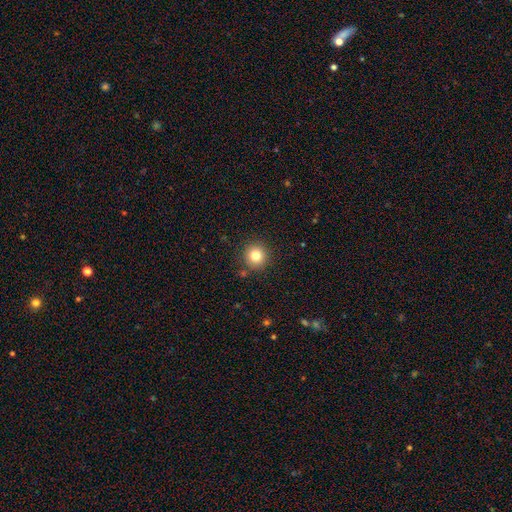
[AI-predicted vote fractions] Q: Smooth or featured?
A: smooth (80%); runner-up: star or artifact (12%)
Q: How rounded?
A: round (94%); runner-up: in between (5%)
Q: Merging?
A: none (87%); runner-up: minor disturbance (8%)